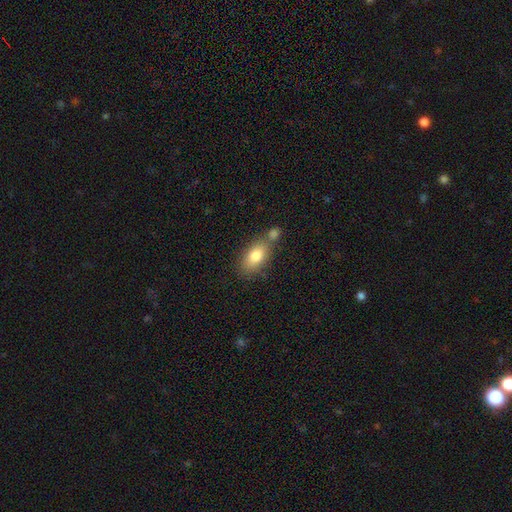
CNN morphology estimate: Overall: smooth (79%). How rounded: in between (88%). Merging: none (56%; merger 26%).